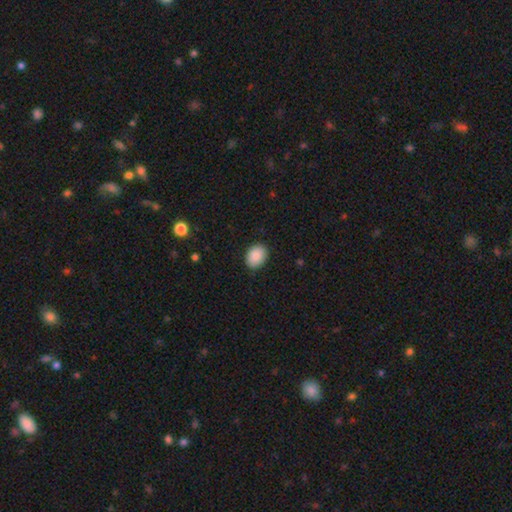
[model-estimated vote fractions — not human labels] smooth_or_featured: smooth (p=0.88) [alt: star or artifact p=0.07]
how_rounded: in between (p=0.72) [alt: round p=0.28]
merging: none (p=0.87) [alt: minor disturbance p=0.10]